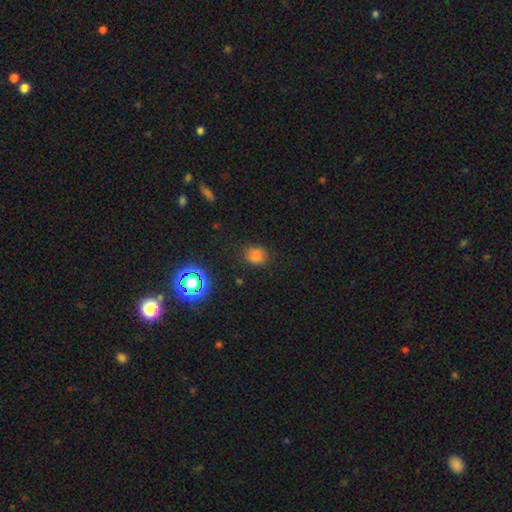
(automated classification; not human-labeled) Q: Smooth or featured?
A: smooth (75%); runner-up: star or artifact (19%)
Q: How rounded?
A: round (64%); runner-up: in between (35%)
Q: Merging?
A: none (79%); runner-up: minor disturbance (15%)